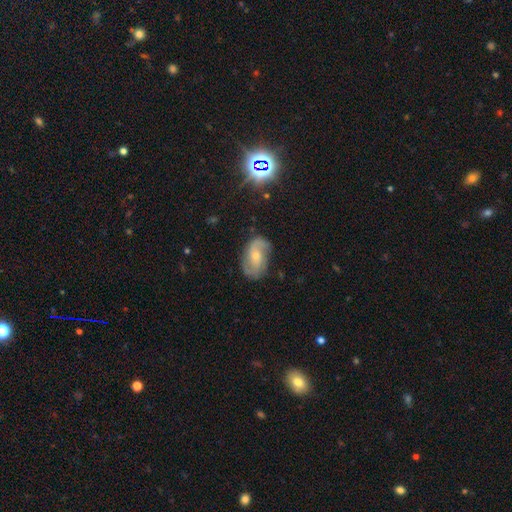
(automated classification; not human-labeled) Q: Smooth or featured?
A: featured or disk (74%); runner-up: smooth (18%)
Q: Edge-on disk?
A: no (96%); runner-up: yes (4%)
Q: Bar?
A: no (54%); runner-up: weak (37%)
Q: Spiral arms?
A: yes (92%); runner-up: no (8%)
Q: Spiral winding?
A: medium (45%); runner-up: loose (28%)
Q: Spiral arm count?
A: 2 (77%); runner-up: can't tell (11%)
Q: Bulge size?
A: small (56%); runner-up: moderate (39%)
Q: Merging?
A: none (72%); runner-up: minor disturbance (20%)